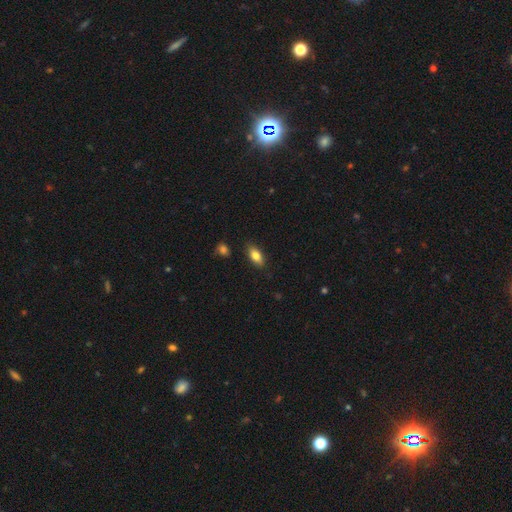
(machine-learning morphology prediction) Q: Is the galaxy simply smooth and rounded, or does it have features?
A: smooth — 81%.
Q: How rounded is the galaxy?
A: in between — 86%.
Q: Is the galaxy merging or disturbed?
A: none — 84%.